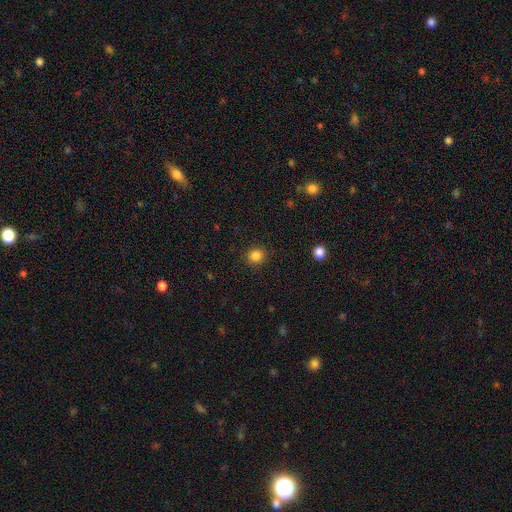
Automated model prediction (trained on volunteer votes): Overall: smooth (85%). How rounded: round (91%). Merging: none (90%).